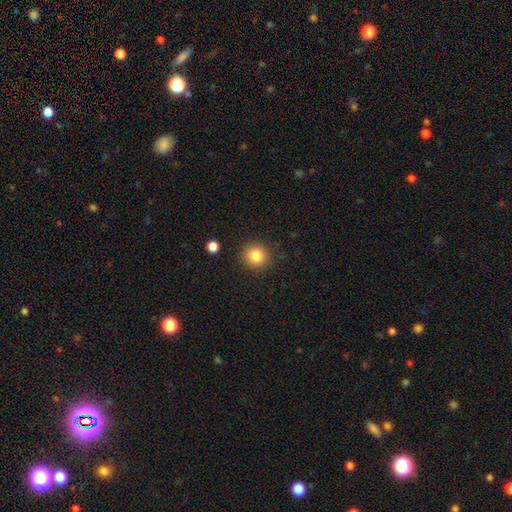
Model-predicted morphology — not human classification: Smooth or featured? smooth (83%)
How rounded? round (92%)
Merging? none (89%)